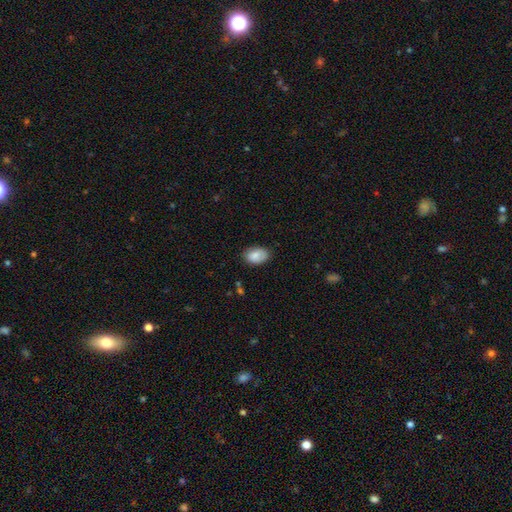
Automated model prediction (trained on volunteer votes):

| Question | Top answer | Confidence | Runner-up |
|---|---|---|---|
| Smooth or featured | smooth | 85% | featured or disk (8%) |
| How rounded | in between | 88% | round (11%) |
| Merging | none | 77% | minor disturbance (19%) |